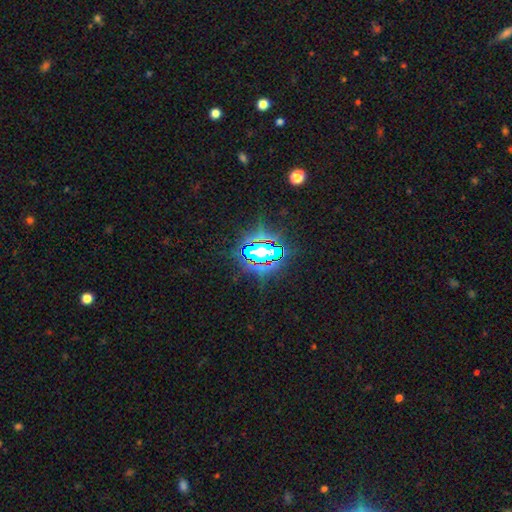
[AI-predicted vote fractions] A star or artifact, not a galaxy (74%).

Vote fractions:
- Smooth or featured? star or artifact: 74% / smooth: 14% / featured or disk: 12%